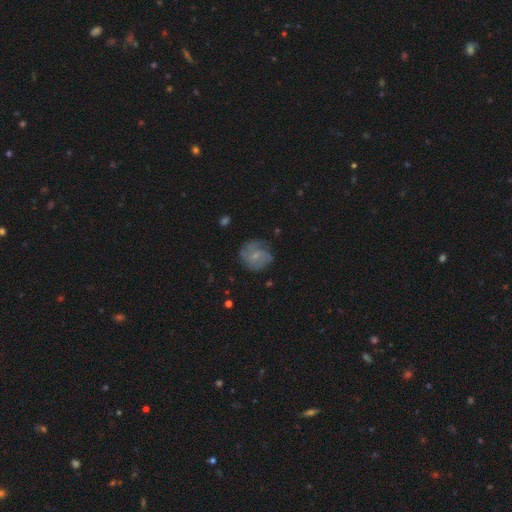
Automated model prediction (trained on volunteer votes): smooth_or_featured: featured or disk (p=0.49) [alt: smooth p=0.42]
merging: none (p=0.65) [alt: minor disturbance p=0.22]